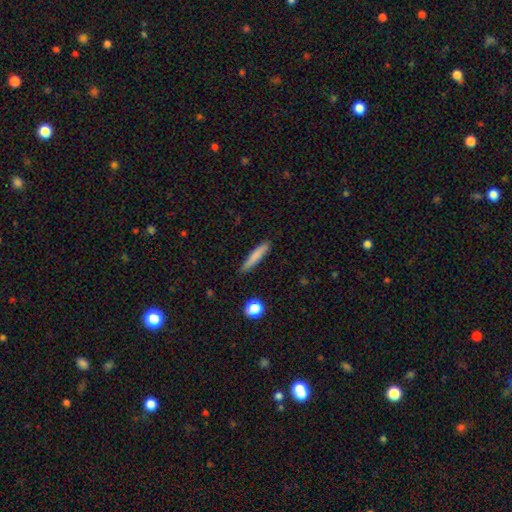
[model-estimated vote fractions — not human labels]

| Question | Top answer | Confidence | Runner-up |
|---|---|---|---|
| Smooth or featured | smooth | 79% | featured or disk (14%) |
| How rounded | cigar-shaped | 92% | in between (7%) |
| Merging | none | 87% | minor disturbance (10%) |